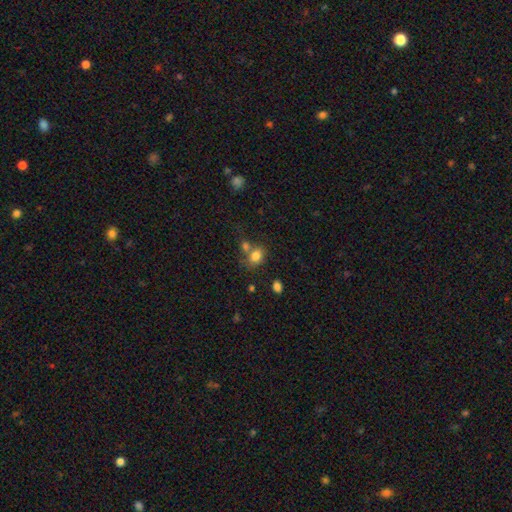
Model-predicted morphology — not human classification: The model was most divided on "how rounded": in between: 55%, round: 44%, cigar-shaped: 1%. Remaining: smooth or featured — smooth (80%); merging — none (49%).